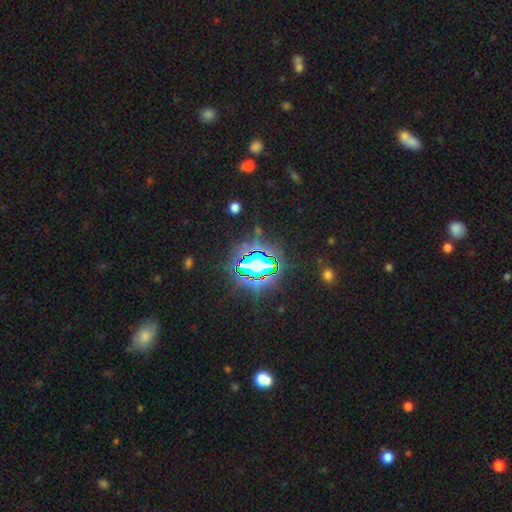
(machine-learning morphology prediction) Smooth or featured? star or artifact (80%)